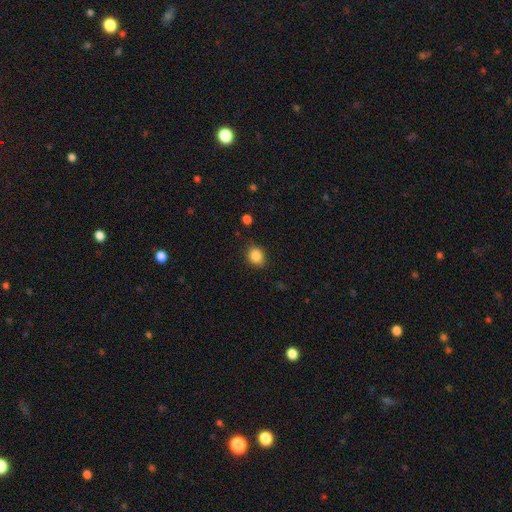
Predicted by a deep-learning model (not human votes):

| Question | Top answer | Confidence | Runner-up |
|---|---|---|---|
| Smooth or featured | smooth | 87% | star or artifact (9%) |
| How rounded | round | 56% | in between (43%) |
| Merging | none | 83% | minor disturbance (13%) |